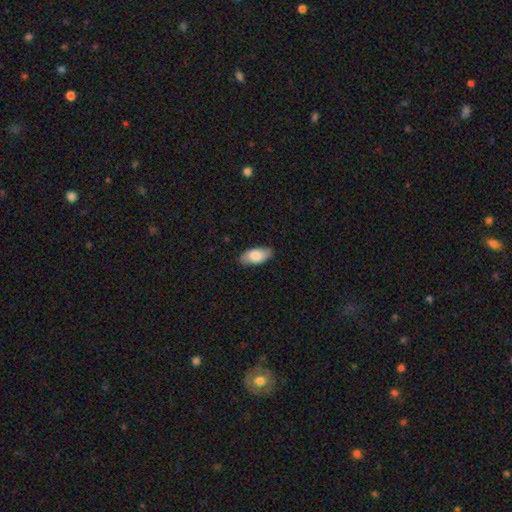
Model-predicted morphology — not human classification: Smooth or featured: smooth — 82% (featured or disk — 13%)
How rounded: in between — 93% (cigar-shaped — 5%)
Merging: none — 85% (minor disturbance — 12%)